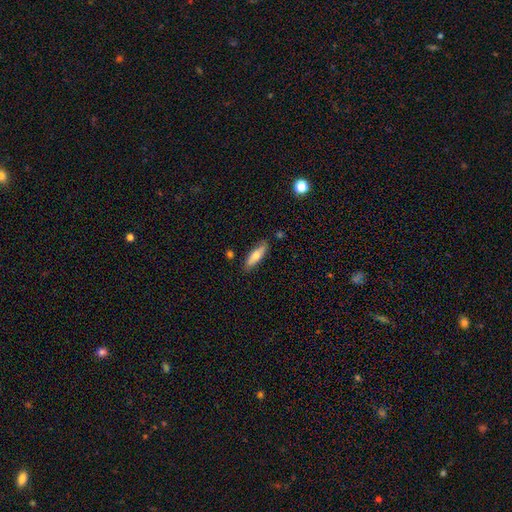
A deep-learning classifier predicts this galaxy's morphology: Smooth or featured?
  - smooth: 64% *
  - featured or disk: 30%
  - star or artifact: 6%
How rounded?
  - cigar-shaped: 60% *
  - in between: 38%
  - round: 2%
Merging?
  - none: 83% *
  - minor disturbance: 12%
  - merger: 2%
  - major disturbance: 2%